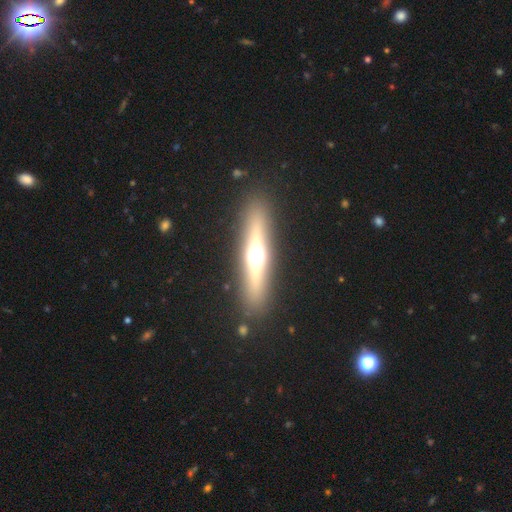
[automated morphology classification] type=featured or disk (63%); edge-on=yes (92%); edge-on bulge=rounded (93%); merging=none (88%).